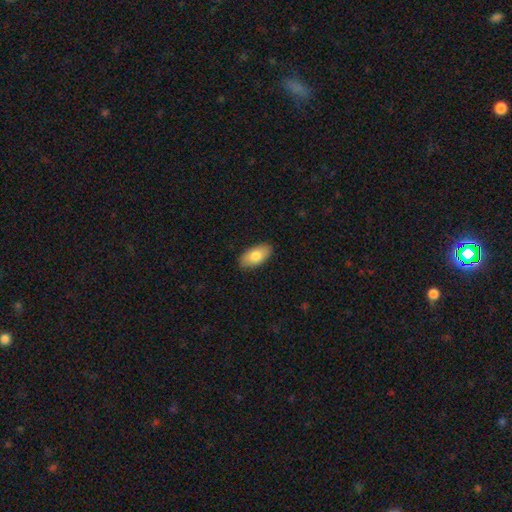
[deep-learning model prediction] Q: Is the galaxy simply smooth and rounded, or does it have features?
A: smooth — 81%.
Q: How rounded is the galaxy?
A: in between — 93%.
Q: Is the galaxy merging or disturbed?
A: none — 88%.